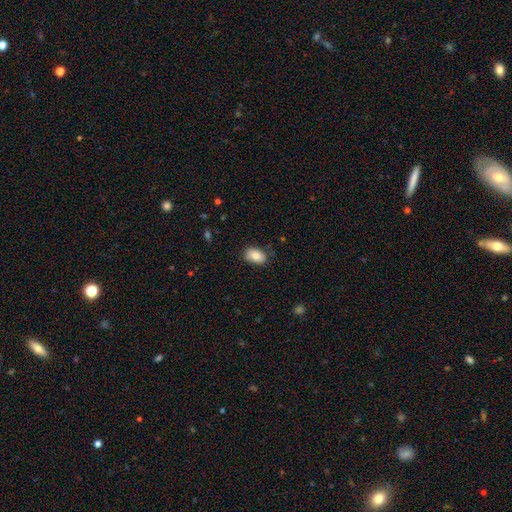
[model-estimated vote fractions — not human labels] Overall: smooth (85%). How rounded: in between (87%). Merging: none (80%).